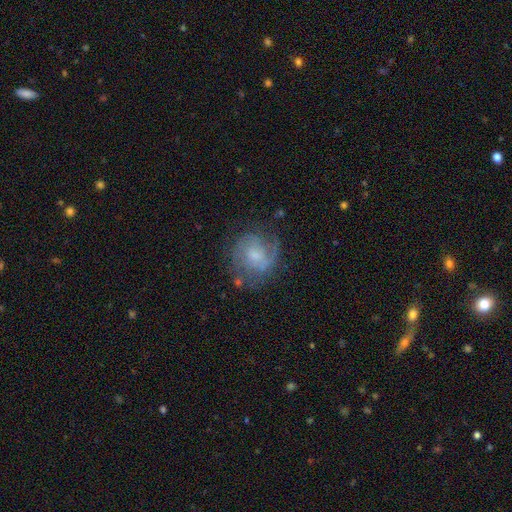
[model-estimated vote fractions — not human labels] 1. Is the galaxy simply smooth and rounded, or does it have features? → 67% featured or disk, 25% smooth, 8% star or artifact.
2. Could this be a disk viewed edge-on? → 98% no, 2% yes.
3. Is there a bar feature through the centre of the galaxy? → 57% no, 37% weak, 6% strong.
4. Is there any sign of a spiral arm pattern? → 85% yes, 15% no.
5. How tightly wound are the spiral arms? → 42% medium, 41% tight, 17% loose.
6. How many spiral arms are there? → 47% 2, 26% can't tell, 13% 1, 9% 3, 3% 4, 3% more than 4.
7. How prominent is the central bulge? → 39% moderate, 37% small, 16% none, 7% large, 2% dominant.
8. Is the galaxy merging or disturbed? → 64% none, 20% minor disturbance, 14% major disturbance, 2% merger.